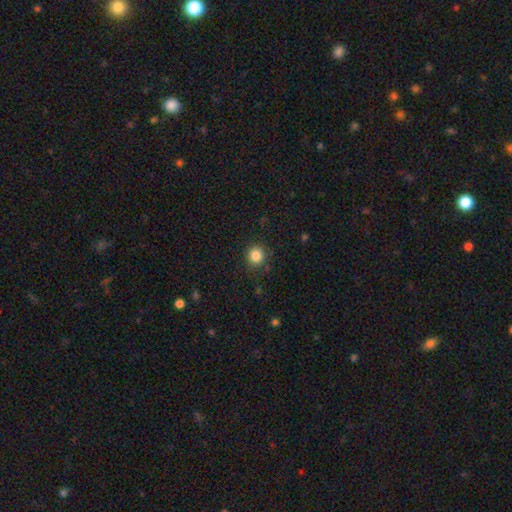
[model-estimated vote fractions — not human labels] Smooth or featured? smooth (84%)
How rounded? round (90%)
Merging? none (88%)